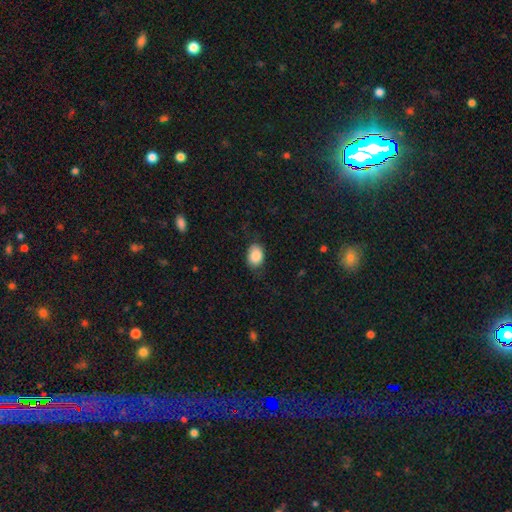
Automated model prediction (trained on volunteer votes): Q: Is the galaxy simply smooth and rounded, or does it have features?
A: smooth — 86%.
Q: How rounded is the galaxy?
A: in between — 72%.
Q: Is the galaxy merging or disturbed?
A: none — 75%.